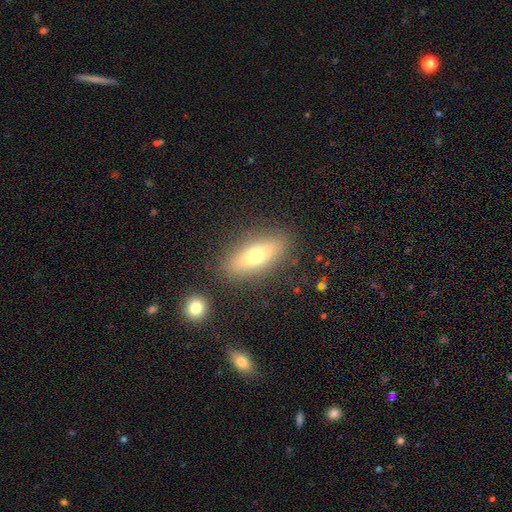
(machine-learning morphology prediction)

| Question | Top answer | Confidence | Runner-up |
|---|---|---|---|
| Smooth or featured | smooth | 61% | featured or disk (31%) |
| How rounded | in between | 62% | cigar-shaped (35%) |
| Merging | none | 84% | minor disturbance (10%) |